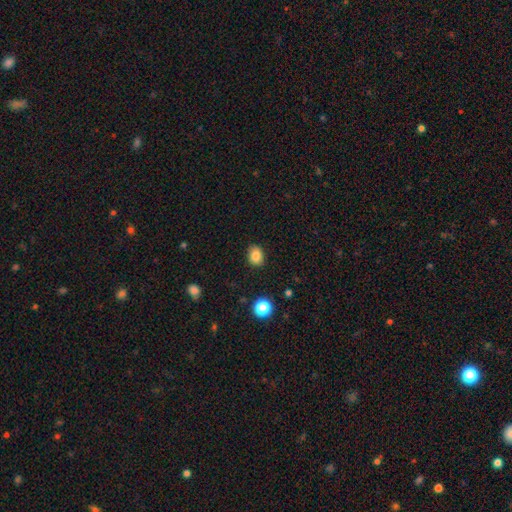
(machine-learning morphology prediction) Q: Smooth or featured?
A: smooth (84%); runner-up: star or artifact (10%)
Q: How rounded?
A: in between (55%); runner-up: round (44%)
Q: Merging?
A: none (87%); runner-up: minor disturbance (9%)